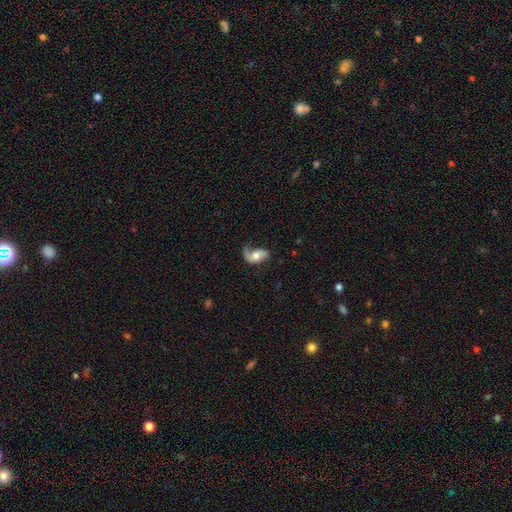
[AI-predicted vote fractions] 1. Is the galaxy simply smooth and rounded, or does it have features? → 65% featured or disk, 28% smooth, 7% star or artifact.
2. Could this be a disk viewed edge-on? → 96% no, 4% yes.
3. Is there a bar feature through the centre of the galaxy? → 63% no, 27% weak, 9% strong.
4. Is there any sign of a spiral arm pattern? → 88% yes, 12% no.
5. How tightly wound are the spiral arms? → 63% loose, 27% medium, 10% tight.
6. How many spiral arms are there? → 56% 2, 38% 1, 4% can't tell, 1% 3, 1% 4, 1% more than 4.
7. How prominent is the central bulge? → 65% moderate, 17% small, 14% large, 2% none, 2% dominant.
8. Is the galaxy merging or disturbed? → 46% none, 26% minor disturbance, 25% major disturbance, 3% merger.